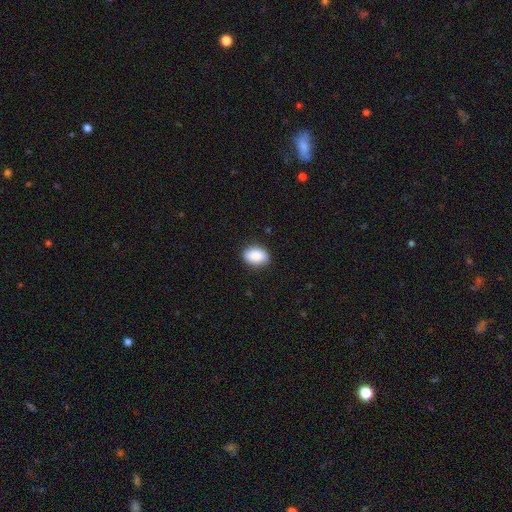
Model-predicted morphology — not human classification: A smooth galaxy with no disk features (90%) that is in between round and cigar-shaped (84%).

Vote fractions:
- Smooth or featured? smooth: 90% / star or artifact: 7% / featured or disk: 4%
- How rounded? in between: 84% / round: 14% / cigar-shaped: 1%
- Merging? none: 88% / minor disturbance: 9% / major disturbance: 2% / merger: 1%